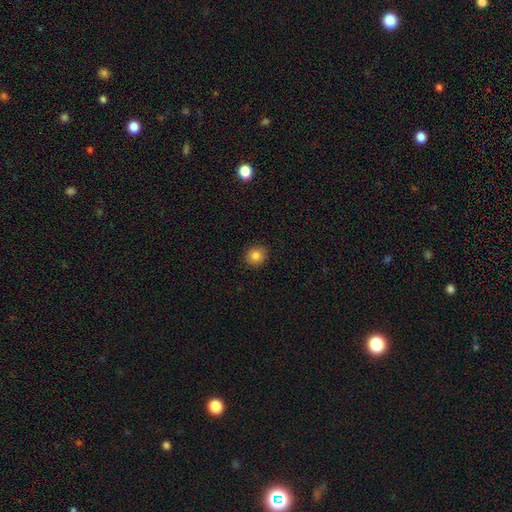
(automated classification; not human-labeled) A smooth galaxy with no disk features (83%) that is round (88%). Merging: none (91%).